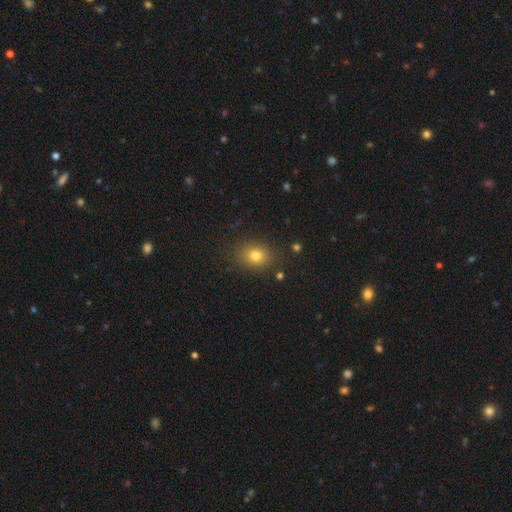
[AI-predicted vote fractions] A smooth galaxy with no disk features (78%) that is round (56%). Merging: none (85%).